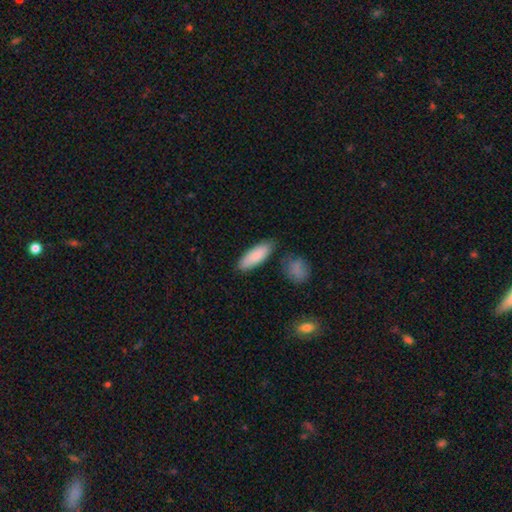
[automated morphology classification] type=smooth (86%); roundness=in between (67%); merging=none (77%).